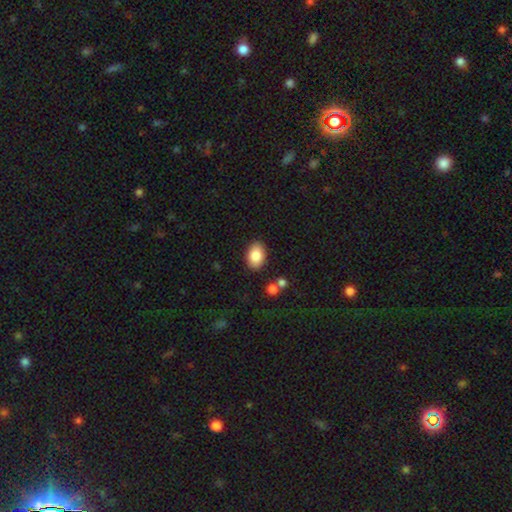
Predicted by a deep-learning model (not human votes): This is clearly a smooth galaxy (85%). How rounded: clearly in between (86%). Merging: clearly none (86%).